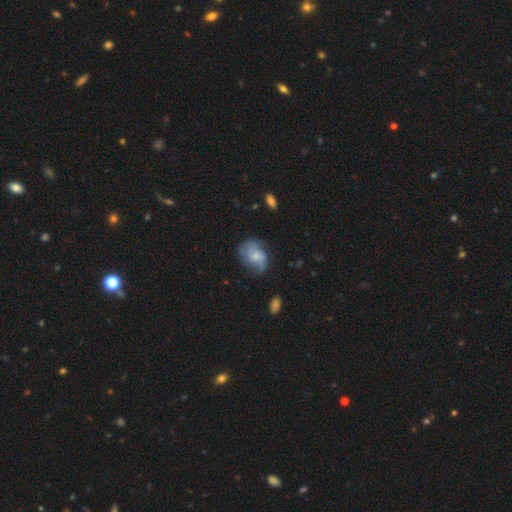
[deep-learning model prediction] This appears to be a smooth galaxy with no disk features (47%). Merging: none (49%).